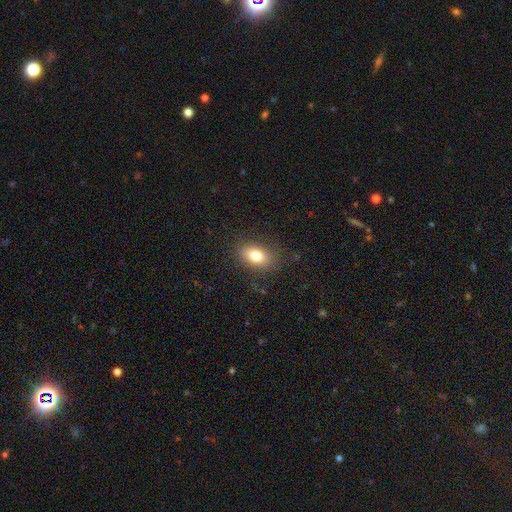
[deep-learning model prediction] Smooth or featured?
  - smooth: 79% *
  - featured or disk: 11%
  - star or artifact: 10%
How rounded?
  - in between: 82% *
  - round: 16%
  - cigar-shaped: 2%
Merging?
  - none: 84% *
  - minor disturbance: 11%
  - major disturbance: 4%
  - merger: 1%